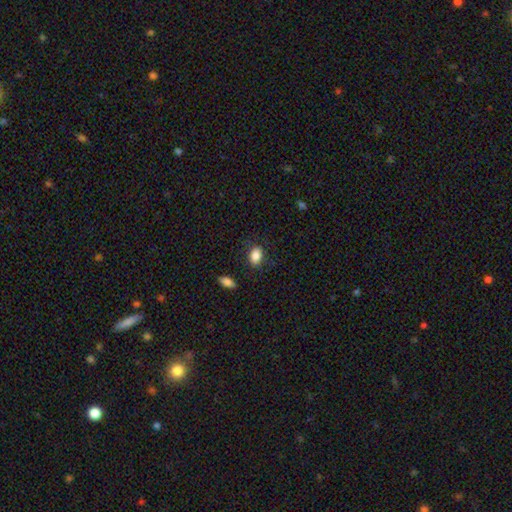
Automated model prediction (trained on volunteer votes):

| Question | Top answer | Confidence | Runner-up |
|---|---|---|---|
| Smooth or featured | smooth | 86% | star or artifact (8%) |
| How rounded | in between | 81% | round (17%) |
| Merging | none | 82% | minor disturbance (12%) |